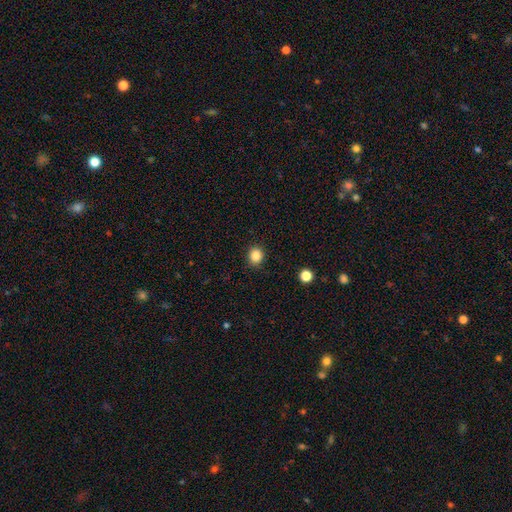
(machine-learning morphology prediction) Smooth or featured? smooth (85%)
How rounded? round (83%)
Merging? none (90%)